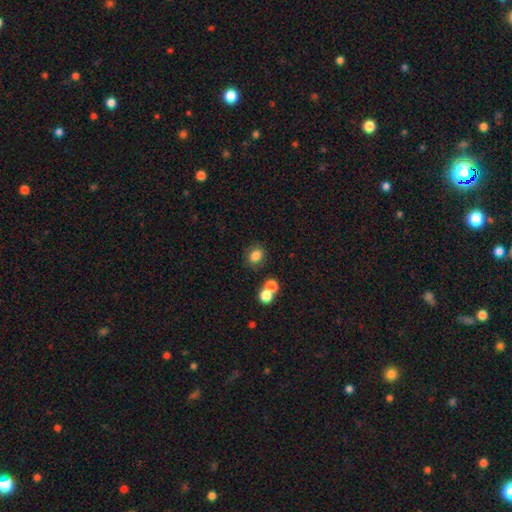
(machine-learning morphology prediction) type=smooth (81%); roundness=round (52%); merging=none (74%).